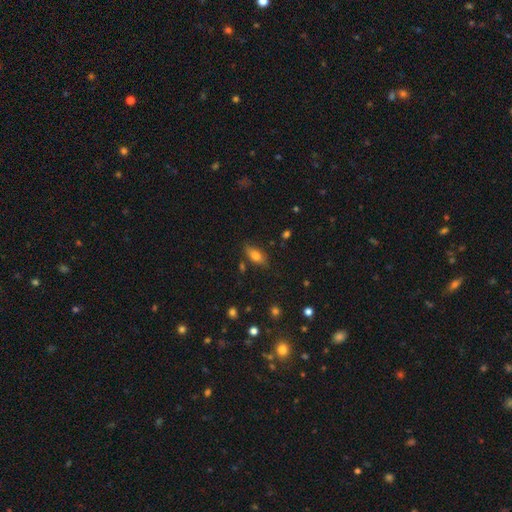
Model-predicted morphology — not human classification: A smooth galaxy with no disk features (68%) that is in between round and cigar-shaped (78%).

Vote fractions:
- Smooth or featured? smooth: 68% / featured or disk: 23% / star or artifact: 9%
- How rounded? in between: 78% / cigar-shaped: 18% / round: 5%
- Merging? none: 77% / minor disturbance: 16% / major disturbance: 4% / merger: 3%